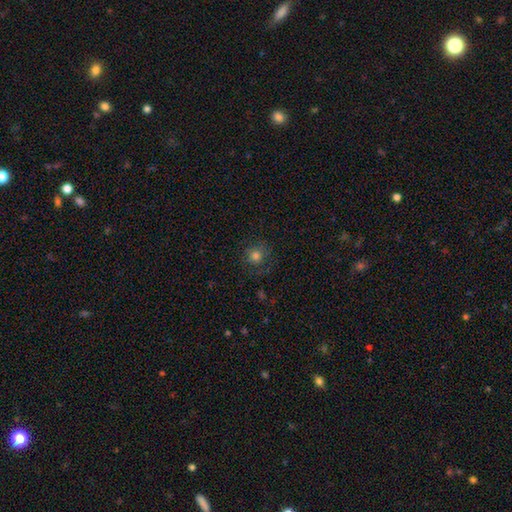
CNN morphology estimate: smooth-or-featured: smooth: 72% | star or artifact: 15% | featured or disk: 13%
  how-rounded: round: 91% | in between: 8% | cigar-shaped: 1%
  merging: none: 75% | minor disturbance: 14% | major disturbance: 10% | merger: 1%